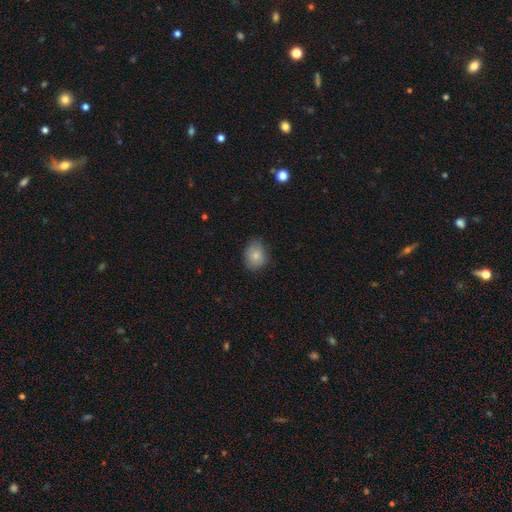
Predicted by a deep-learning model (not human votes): smooth 82%, featured or disk 9%, star or artifact 9%. Down the decision tree: how rounded — round (51%); merging — none (76%).